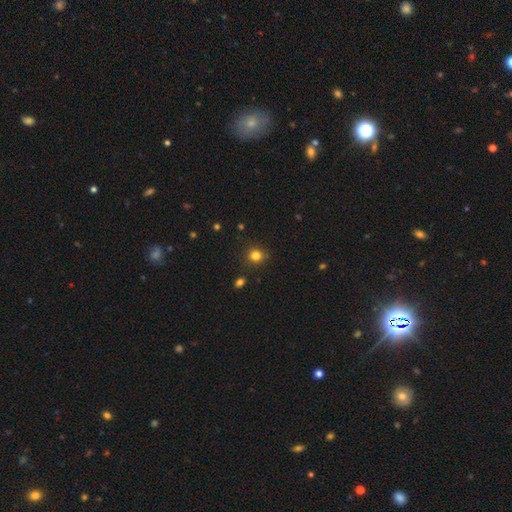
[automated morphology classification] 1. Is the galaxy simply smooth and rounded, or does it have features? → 80% smooth, 15% star or artifact, 5% featured or disk.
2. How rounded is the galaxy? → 86% round, 13% in between, 1% cigar-shaped.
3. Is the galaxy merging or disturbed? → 85% none, 10% minor disturbance, 3% major disturbance, 2% merger.